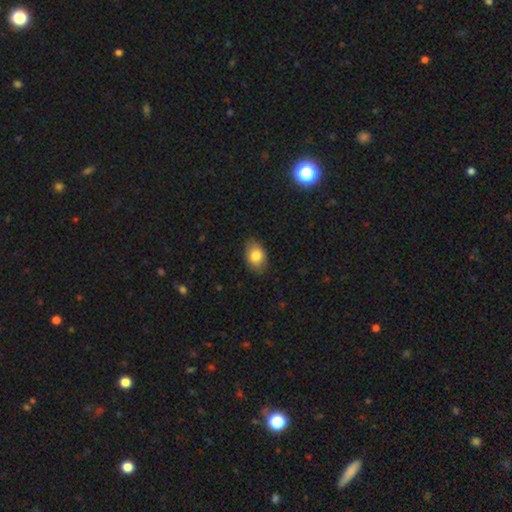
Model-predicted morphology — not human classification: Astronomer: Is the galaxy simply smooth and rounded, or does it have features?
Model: smooth — 82%.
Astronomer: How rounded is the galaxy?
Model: in between — 82%.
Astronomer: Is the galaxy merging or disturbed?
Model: none — 83%.